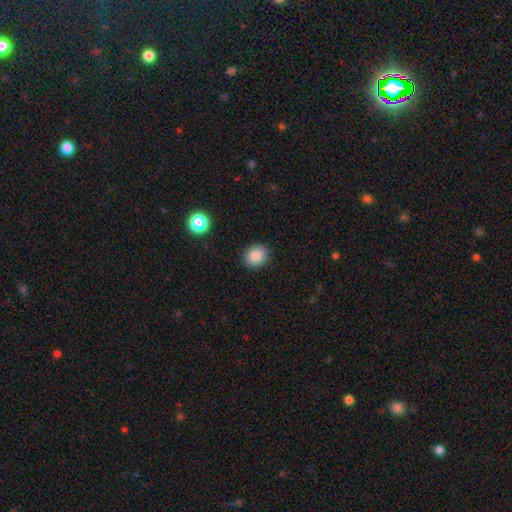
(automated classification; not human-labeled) This is clearly a smooth galaxy (85%). How rounded: likely round (62%). Merging: clearly none (89%).